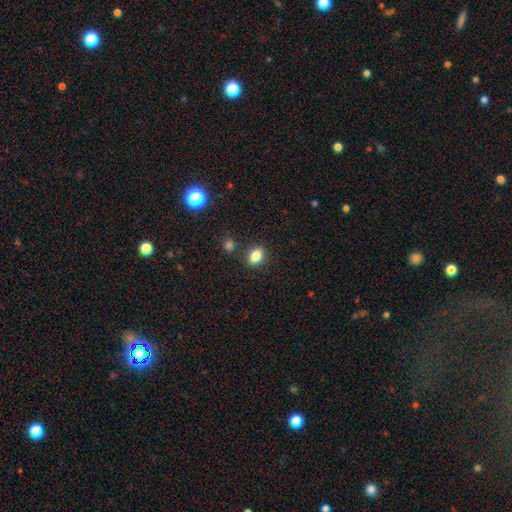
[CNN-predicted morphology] Smooth or featured? smooth (84%)
How rounded? in between (67%)
Merging? none (82%)